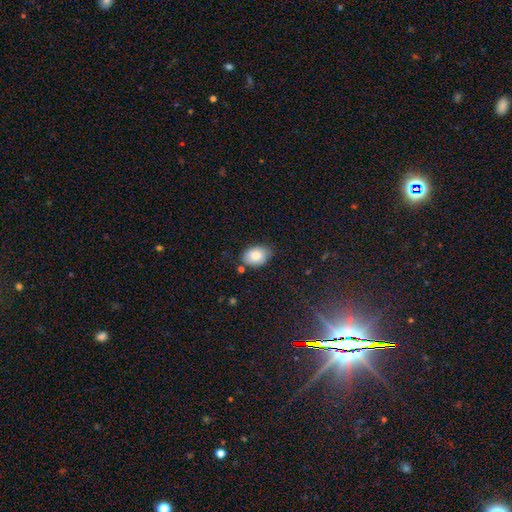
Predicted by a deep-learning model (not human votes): Morphology: type=smooth (84%); roundness=in between (84%); merging=none (76%).